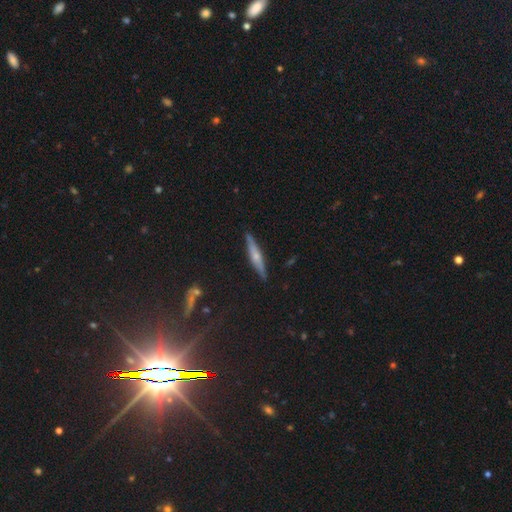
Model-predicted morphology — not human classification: smooth_or_featured: featured or disk (p=0.54) [alt: smooth p=0.38]
disk_edge_on: yes (p=0.93) [alt: no p=0.07]
edge_on_bulge: rounded (p=0.72) [alt: none p=0.19]
merging: none (p=0.88) [alt: minor disturbance p=0.09]